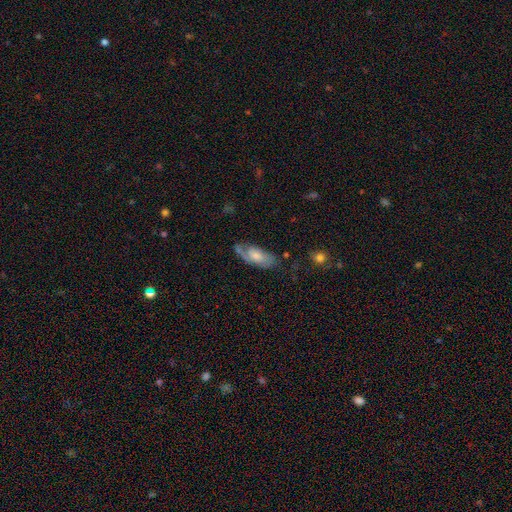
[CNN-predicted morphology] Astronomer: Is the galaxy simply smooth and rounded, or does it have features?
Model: smooth — 47% (runner-up: featured or disk, 46%).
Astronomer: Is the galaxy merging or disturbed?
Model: none — 53%.